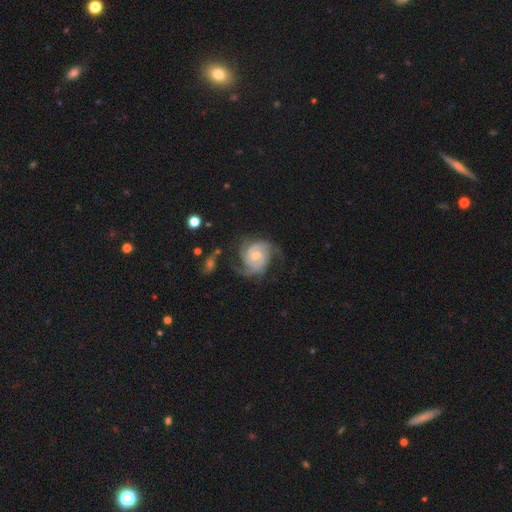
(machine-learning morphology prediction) This is clearly a featured or disk galaxy (91%). It is clearly not viewed edge-on (98%). Bar: possibly no (58%). Spiral arm pattern: clearly yes (98%). Spiral arm count: possibly 2 (46%). Spiral winding: possibly tight (55%). Central bulge: possibly moderate (59%). Merging: likely none (62%).